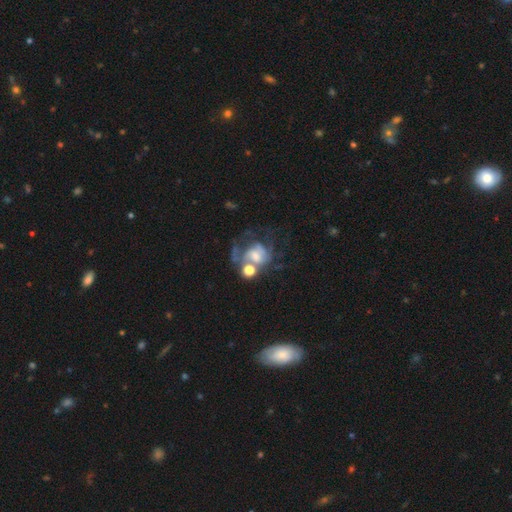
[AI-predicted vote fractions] A featured or disk galaxy (59%) with no bar (63%), spiral arms (60%) and a moderate central bulge (35%).

Vote fractions:
- Smooth or featured? featured or disk: 59% / smooth: 28% / star or artifact: 14%
- Edge-on disk? no: 97% / yes: 3%
- Bar? no: 63% / weak: 29% / strong: 8%
- Spiral arms? yes: 60% / no: 40%
- Bulge size? moderate: 35% / small: 27% / none: 19% / large: 15% / dominant: 4%
- Merging? major disturbance: 34% / merger: 27% / none: 25% / minor disturbance: 14%